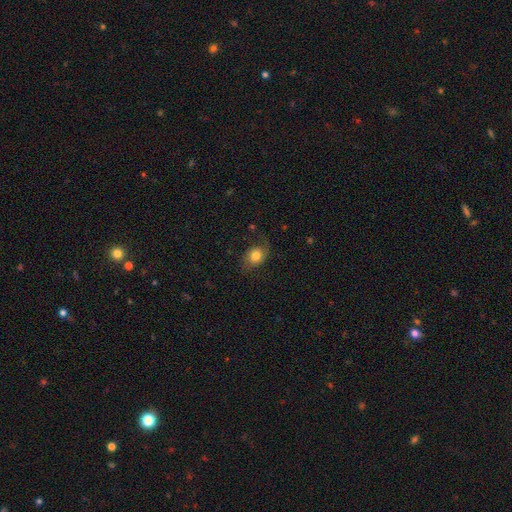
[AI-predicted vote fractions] Q: Smooth or featured?
A: smooth (64%); runner-up: featured or disk (27%)
Q: How rounded?
A: in between (61%); runner-up: round (37%)
Q: Merging?
A: none (66%); runner-up: minor disturbance (22%)